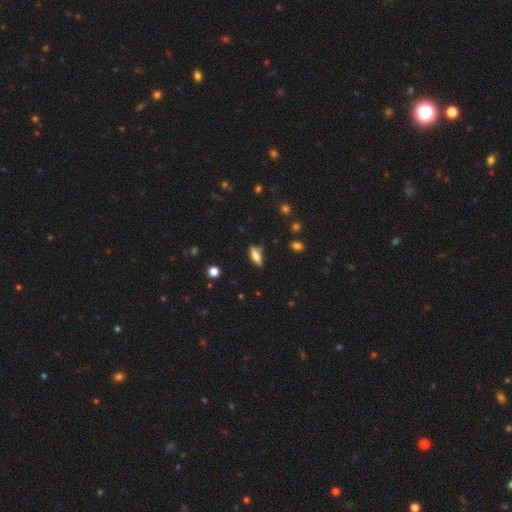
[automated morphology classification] Smooth or featured? Predicted: smooth (p=0.62). How rounded? Predicted: in between (p=0.61). Merging? Predicted: none (p=0.73).